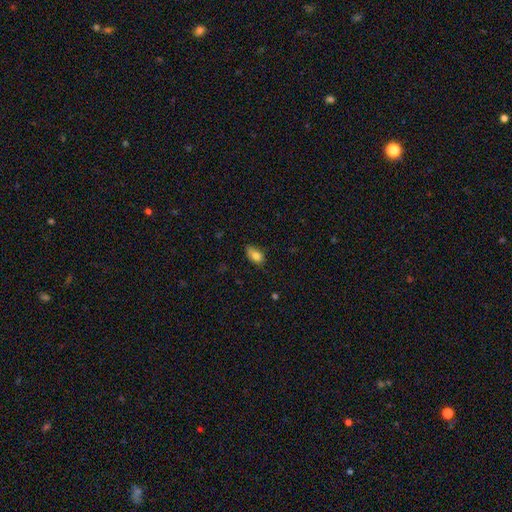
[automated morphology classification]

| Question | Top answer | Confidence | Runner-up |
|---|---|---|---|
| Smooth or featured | smooth | 82% | featured or disk (10%) |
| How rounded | in between | 86% | round (11%) |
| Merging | none | 56% | minor disturbance (34%) |